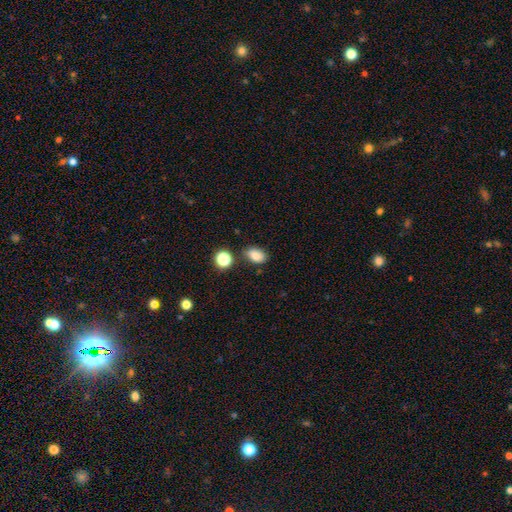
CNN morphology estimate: This is clearly a smooth galaxy (81%). How rounded: clearly in between (82%). Merging: likely none (78%).